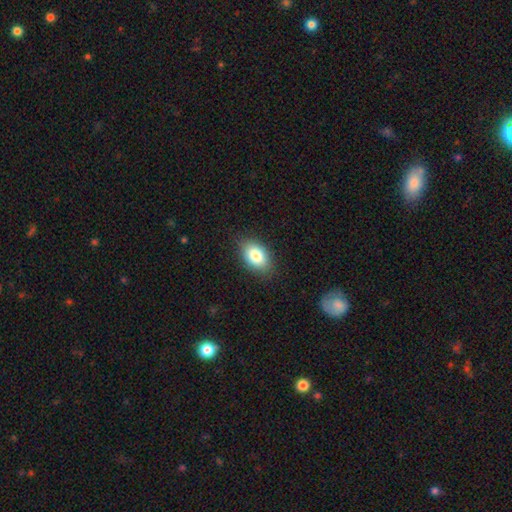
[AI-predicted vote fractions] smooth-or-featured: smooth: 82% | featured or disk: 10% | star or artifact: 8%
  how-rounded: in between: 88% | round: 10% | cigar-shaped: 2%
  merging: none: 84% | minor disturbance: 12% | major disturbance: 3% | merger: 1%